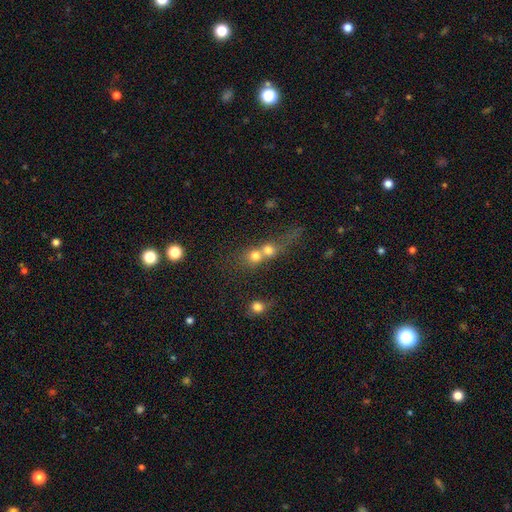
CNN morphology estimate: The model was most divided on "merging": merger: 67%, none: 22%, major disturbance: 6%, minor disturbance: 5%. More confident: how rounded — round (79%); smooth or featured — smooth (67%).